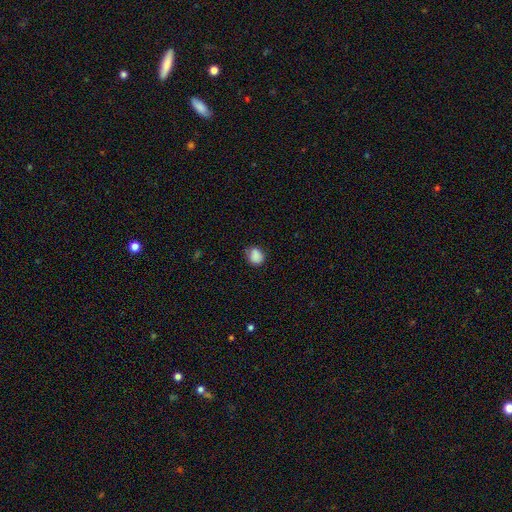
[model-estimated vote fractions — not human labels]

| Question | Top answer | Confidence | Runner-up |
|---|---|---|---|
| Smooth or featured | smooth | 86% | star or artifact (9%) |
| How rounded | round | 65% | in between (34%) |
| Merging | none | 68% | minor disturbance (24%) |